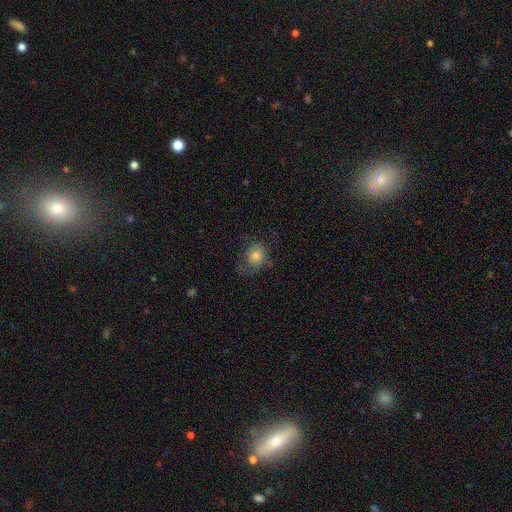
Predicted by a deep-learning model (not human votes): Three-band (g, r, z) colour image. It shows a smooth galaxy with no disk features (69%) that is round (63%). Merging: none (56%).